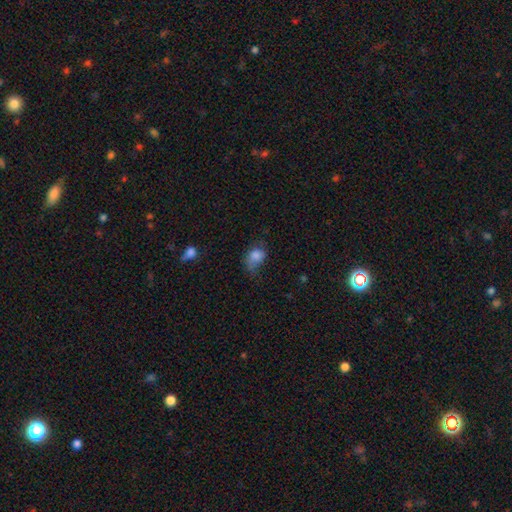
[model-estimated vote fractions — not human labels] Q: Smooth or featured?
A: smooth (79%); runner-up: featured or disk (11%)
Q: How rounded?
A: in between (64%); runner-up: round (35%)
Q: Merging?
A: minor disturbance (36%); runner-up: none (31%)